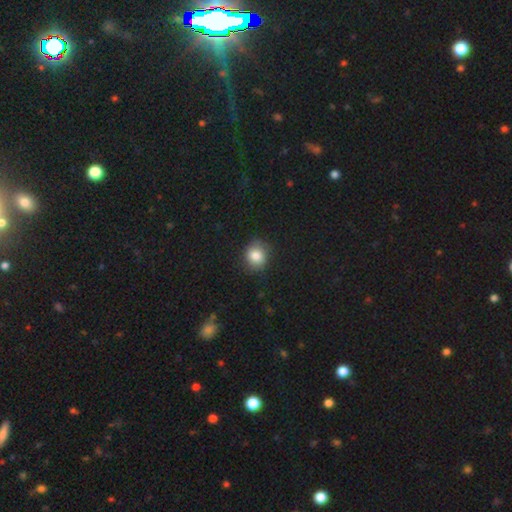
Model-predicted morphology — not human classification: A smooth galaxy with no disk features (83%) that is round (69%).

Vote fractions:
- Smooth or featured? smooth: 83% / star or artifact: 10% / featured or disk: 7%
- How rounded? round: 69% / in between: 30% / cigar-shaped: 1%
- Merging? none: 80% / minor disturbance: 15% / major disturbance: 4% / merger: 1%